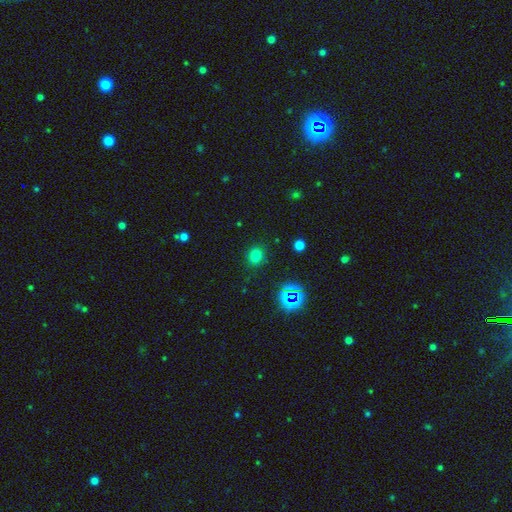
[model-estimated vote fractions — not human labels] This is likely a smooth galaxy (74%). How rounded: likely round (75%). Merging: clearly none (86%).